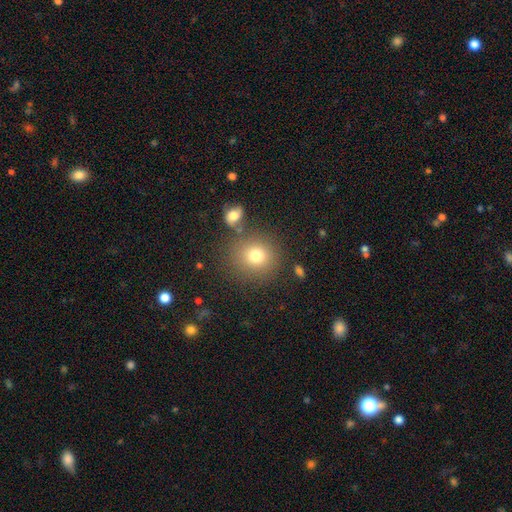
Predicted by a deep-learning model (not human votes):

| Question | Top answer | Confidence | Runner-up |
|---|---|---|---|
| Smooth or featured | smooth | 77% | star or artifact (14%) |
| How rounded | round | 88% | in between (11%) |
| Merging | none | 79% | minor disturbance (10%) |